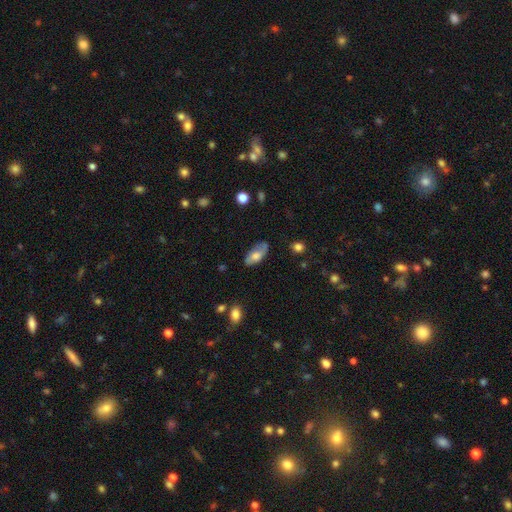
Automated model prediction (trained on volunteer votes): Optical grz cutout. It shows a smooth galaxy with no disk features (60%) that is in between round and cigar-shaped (88%). Merging: none (71%).